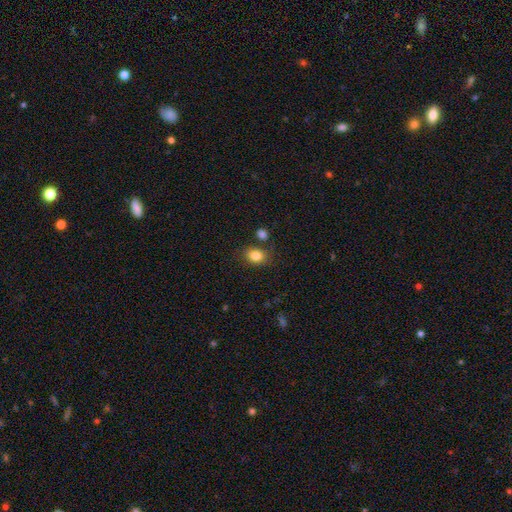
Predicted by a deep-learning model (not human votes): The model was most divided on "how rounded": in between: 62%, round: 37%, cigar-shaped: 1%. More confident: smooth or featured — smooth (84%); merging — none (76%).